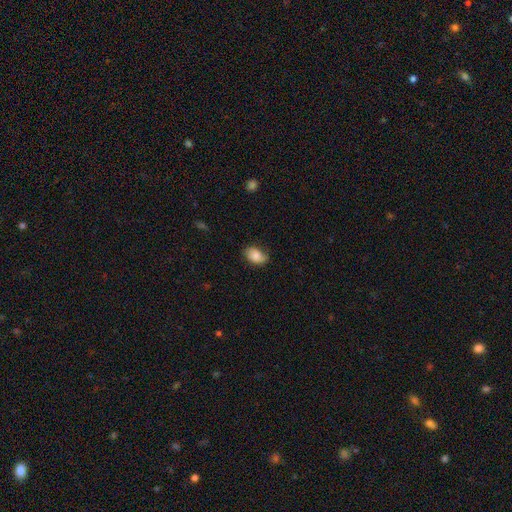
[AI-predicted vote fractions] This appears to be a smooth galaxy with no disk features (67%) that is in between round and cigar-shaped (84%). Merging: none (61%).